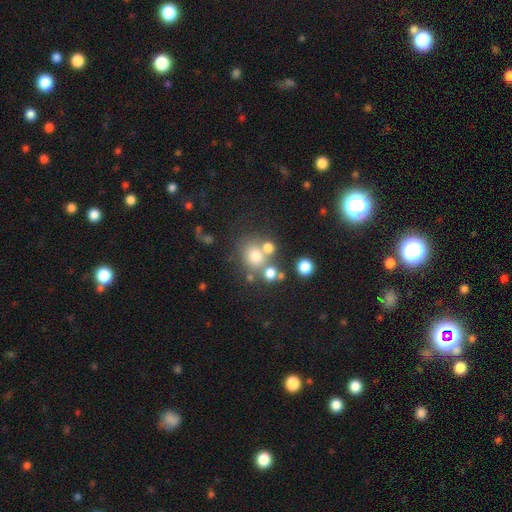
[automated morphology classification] type=smooth (69%); roundness=round (80%); merging=none (56%).